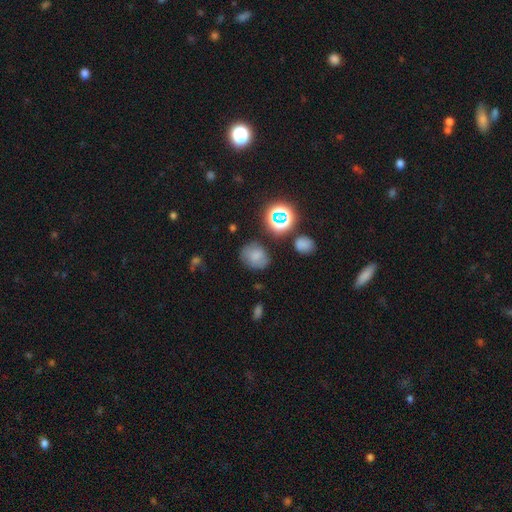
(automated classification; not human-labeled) Smooth or featured? smooth (71%)
How rounded? round (57%)
Merging? none (72%)